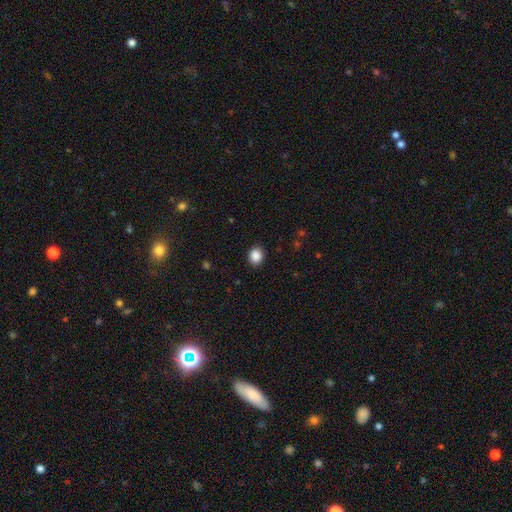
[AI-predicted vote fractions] Smooth or featured? Predicted: smooth (p=0.88). How rounded? Predicted: round (p=0.69). Merging? Predicted: none (p=0.89).